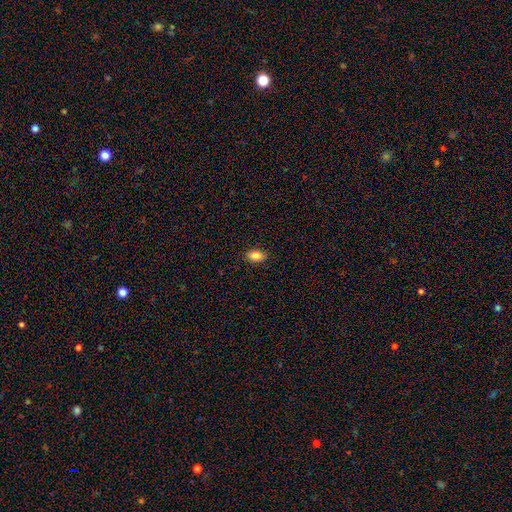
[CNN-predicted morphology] type=smooth (86%); roundness=in between (89%); merging=none (88%).